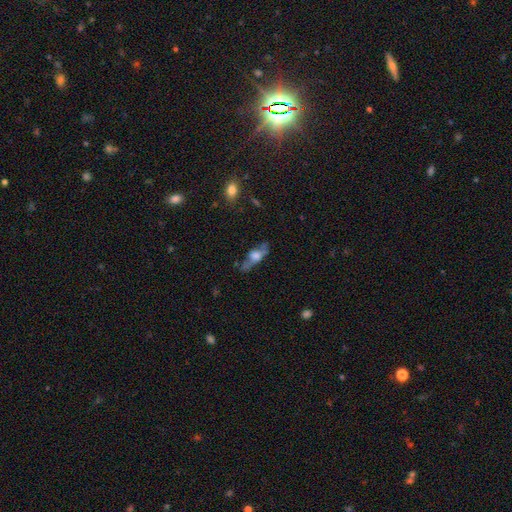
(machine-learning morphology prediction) A featured or disk galaxy (52%) viewed edge-on (61%). Merging: none (58%).